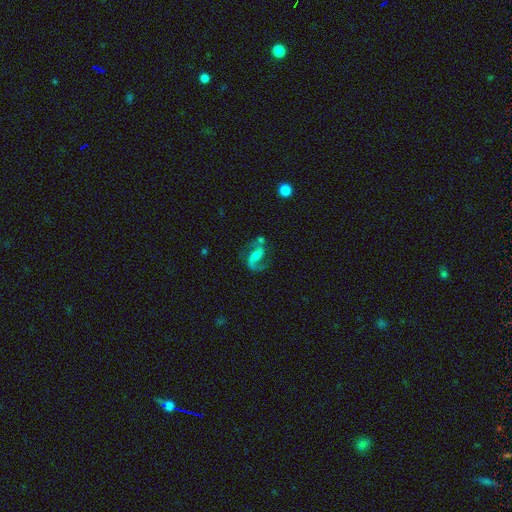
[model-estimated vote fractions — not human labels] smooth_or_featured: featured or disk (p=0.80) [alt: smooth p=0.13]
disk_edge_on: no (p=0.97) [alt: yes p=0.03]
bar: weak (p=0.40) [alt: no p=0.34]
has_spiral_arms: yes (p=0.94) [alt: no p=0.06]
spiral_winding: loose (p=0.51) [alt: medium p=0.40]
spiral_arm_count: 2 (p=0.76) [alt: 1 p=0.19]
bulge_size: small (p=0.40) [alt: moderate p=0.33]
merging: none (p=0.51) [alt: major disturbance p=0.20]